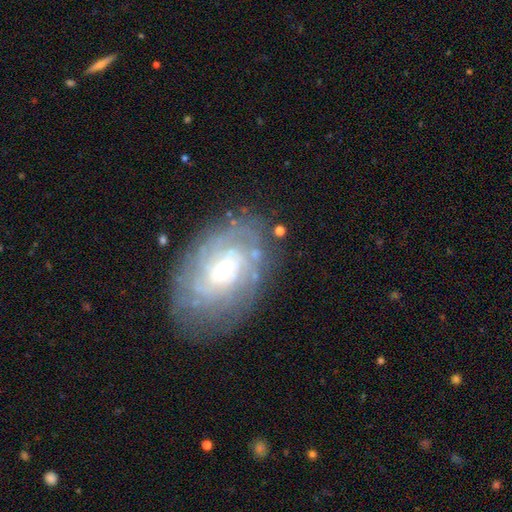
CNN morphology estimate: This is likely a featured or disk galaxy (66%). It is clearly not viewed edge-on (93%). Bar: possibly no (45%). Spiral arm pattern: likely yes (77%). Central bulge: possibly moderate (59%). Merging: likely none (80%).